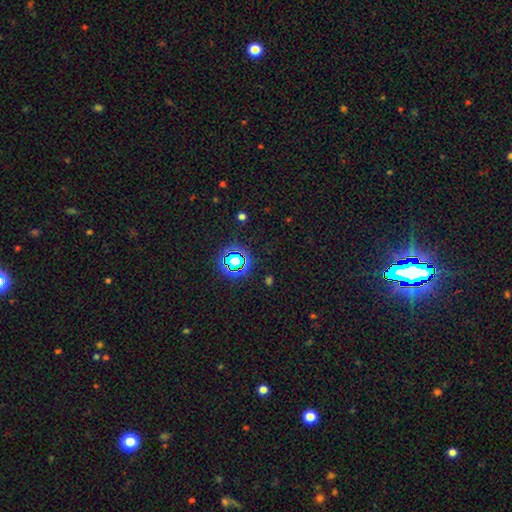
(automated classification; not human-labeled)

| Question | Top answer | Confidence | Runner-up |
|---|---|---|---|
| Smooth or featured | star or artifact | 82% | smooth (12%) |